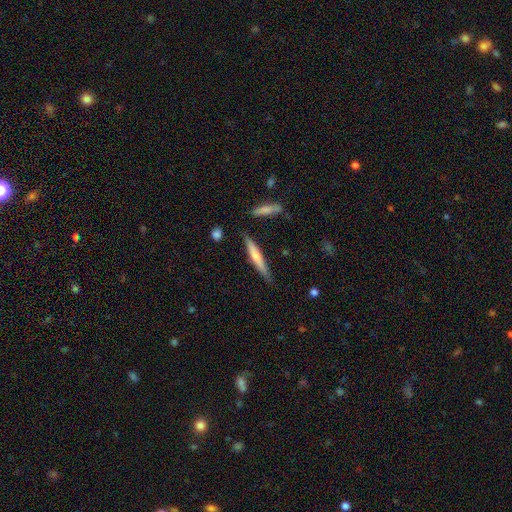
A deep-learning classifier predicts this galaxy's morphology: This is possibly a smooth galaxy (54%). How rounded: clearly cigar-shaped (93%). Merging: clearly none (81%).